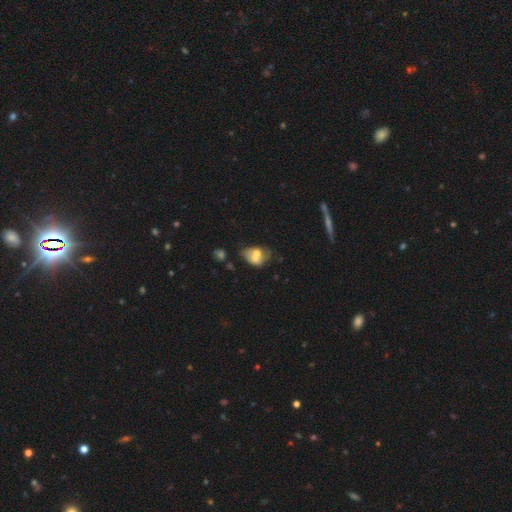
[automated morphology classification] smooth-or-featured: smooth: 54% | featured or disk: 36% | star or artifact: 10%
  how-rounded: in between: 71% | round: 27% | cigar-shaped: 2%
  merging: merger: 51% | none: 24% | minor disturbance: 15% | major disturbance: 10%